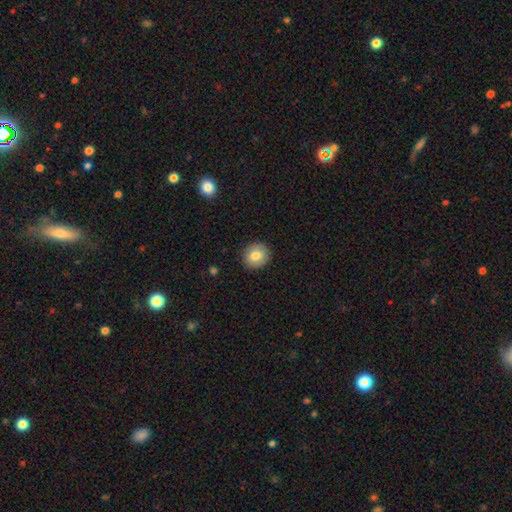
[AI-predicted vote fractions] smooth-or-featured: smooth: 81% | featured or disk: 10% | star or artifact: 8%
  how-rounded: round: 87% | in between: 13% | cigar-shaped: 1%
  merging: none: 91% | minor disturbance: 7% | major disturbance: 2% | merger: 1%